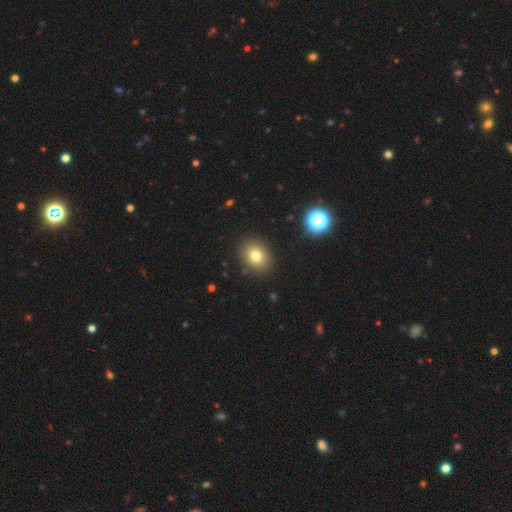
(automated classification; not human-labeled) Smooth or featured?
  - smooth: 77% *
  - star or artifact: 13%
  - featured or disk: 10%
How rounded?
  - round: 56% *
  - in between: 43%
  - cigar-shaped: 1%
Merging?
  - none: 88% *
  - minor disturbance: 8%
  - major disturbance: 2%
  - merger: 2%